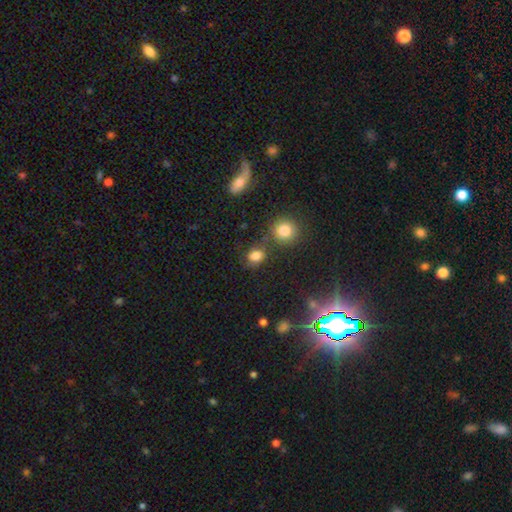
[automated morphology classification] smooth-or-featured: smooth: 77% | star or artifact: 15% | featured or disk: 8%
  how-rounded: round: 50% | in between: 49% | cigar-shaped: 1%
  merging: none: 62% | minor disturbance: 18% | merger: 13% | major disturbance: 8%